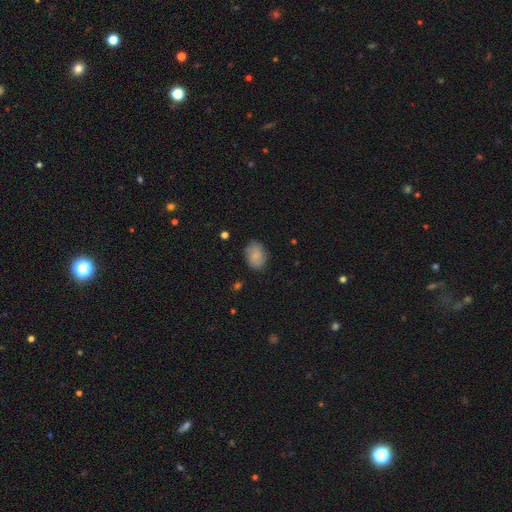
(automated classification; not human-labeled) A smooth galaxy with no disk features (79%) that is in between round and cigar-shaped (63%). Merging: none (81%).